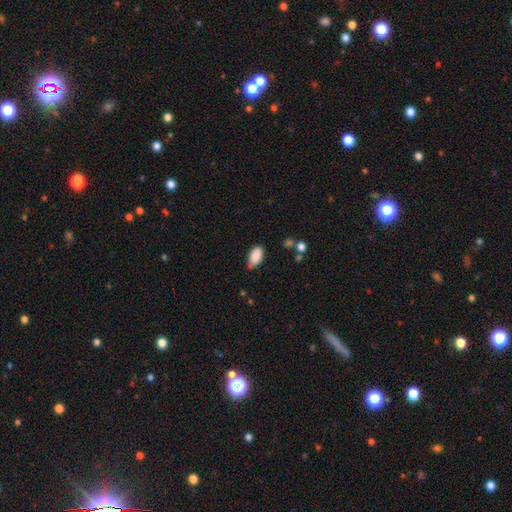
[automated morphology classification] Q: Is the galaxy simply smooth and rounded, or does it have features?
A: smooth — 88%.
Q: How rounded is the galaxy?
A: in between — 94%.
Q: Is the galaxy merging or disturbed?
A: none — 67%.